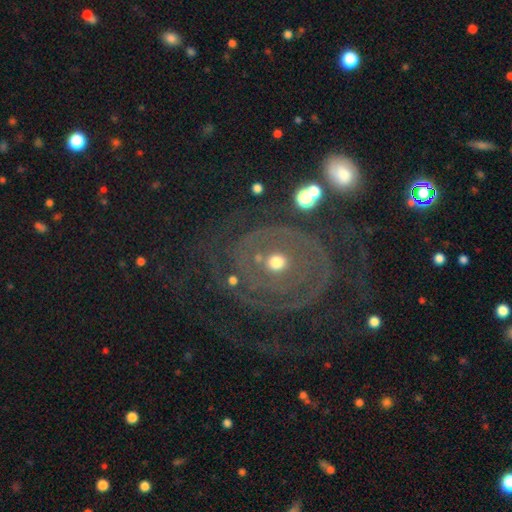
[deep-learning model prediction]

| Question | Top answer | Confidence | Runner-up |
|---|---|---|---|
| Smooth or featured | featured or disk | 79% | star or artifact (11%) |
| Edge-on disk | no | 97% | yes (3%) |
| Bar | no | 73% | weak (19%) |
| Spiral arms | yes | 84% | no (16%) |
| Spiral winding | tight | 76% | medium (18%) |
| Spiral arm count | can't tell | 38% | 2 (29%) |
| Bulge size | small | 50% | moderate (45%) |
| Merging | none | 72% | minor disturbance (14%) |